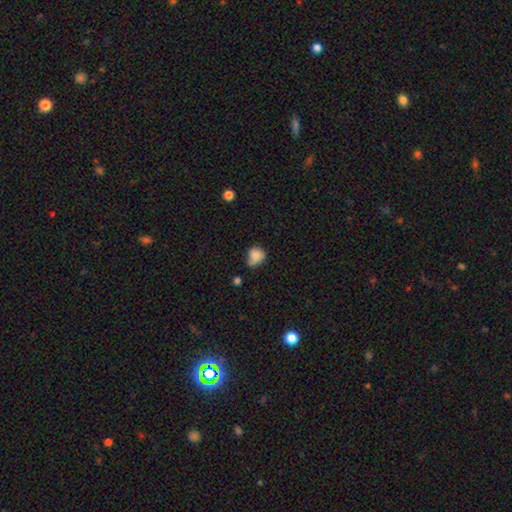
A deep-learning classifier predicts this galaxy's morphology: The model was most divided on "merging" (2-way tie): none: 41%, minor disturbance: 41%, major disturbance: 13%, merger: 5%. More confident: smooth or featured — smooth (79%); how rounded — round (58%).